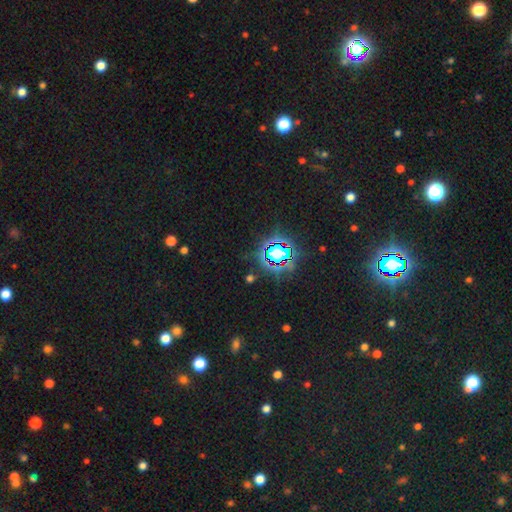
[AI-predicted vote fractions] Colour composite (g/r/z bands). It shows a star or artifact, not a galaxy (81%).